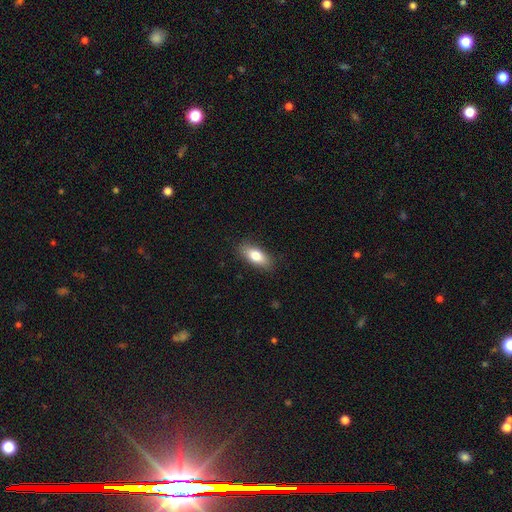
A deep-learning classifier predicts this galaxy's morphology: smooth_or_featured: smooth (p=0.78) [alt: featured or disk p=0.15]
how_rounded: in between (p=0.81) [alt: cigar-shaped p=0.15]
merging: none (p=0.86) [alt: minor disturbance p=0.11]